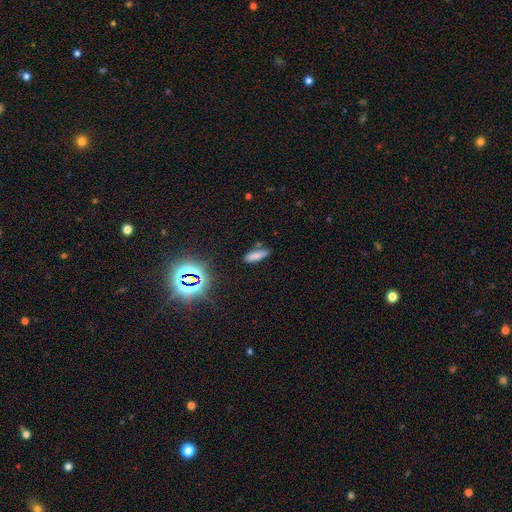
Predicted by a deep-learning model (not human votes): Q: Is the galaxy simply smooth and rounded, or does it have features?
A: smooth — 76%.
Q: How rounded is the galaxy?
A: cigar-shaped — 54%.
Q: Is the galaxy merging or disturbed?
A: none — 81%.